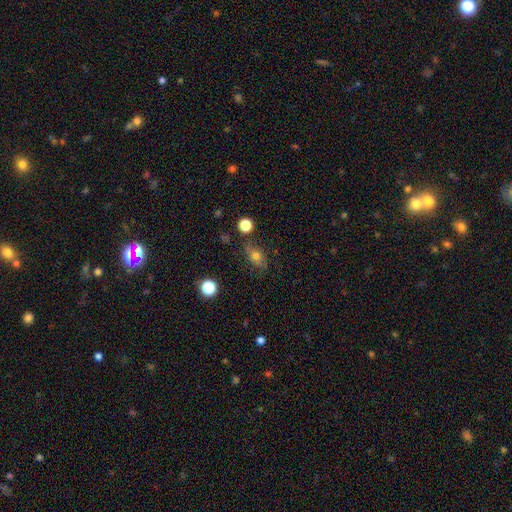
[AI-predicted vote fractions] A smooth galaxy with no disk features (68%) that is in between round and cigar-shaped (68%).

Vote fractions:
- Smooth or featured? smooth: 68% / featured or disk: 18% / star or artifact: 13%
- How rounded? in between: 68% / round: 27% / cigar-shaped: 5%
- Merging? none: 72% / minor disturbance: 19% / major disturbance: 6% / merger: 3%